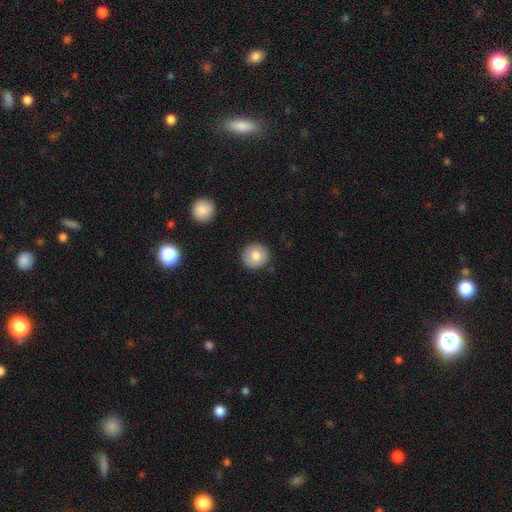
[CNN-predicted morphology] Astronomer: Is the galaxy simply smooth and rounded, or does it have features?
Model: smooth — 80%.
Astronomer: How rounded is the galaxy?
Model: round — 93%.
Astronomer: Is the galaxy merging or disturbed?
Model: none — 89%.